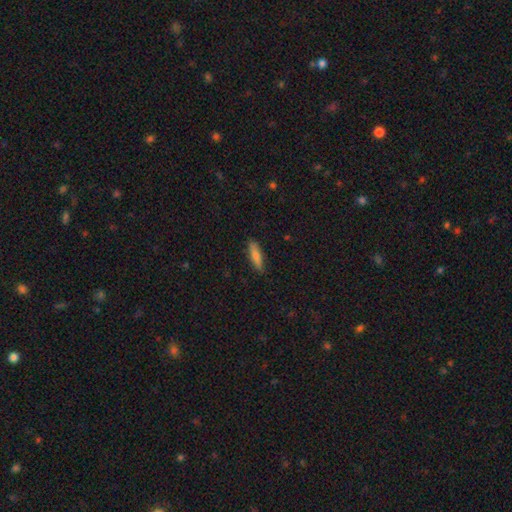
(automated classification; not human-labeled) smooth-or-featured: smooth: 77% | featured or disk: 16% | star or artifact: 7%
  how-rounded: cigar-shaped: 70% | in between: 28% | round: 2%
  merging: none: 87% | minor disturbance: 10% | major disturbance: 2% | merger: 1%